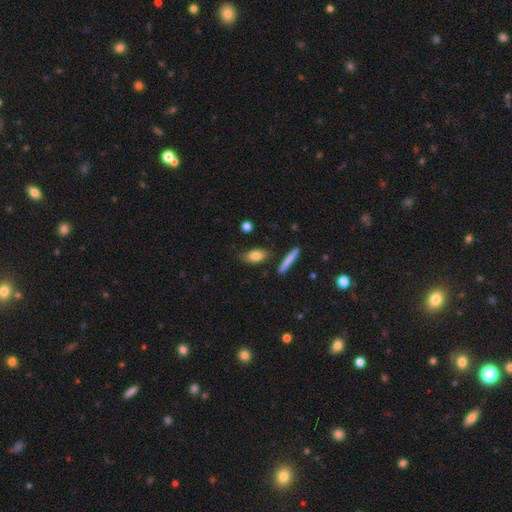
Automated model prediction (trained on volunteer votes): A smooth galaxy with no disk features (79%) that is in between round and cigar-shaped (73%).

Vote fractions:
- Smooth or featured? smooth: 79% / featured or disk: 14% / star or artifact: 7%
- How rounded? in between: 73% / cigar-shaped: 21% / round: 6%
- Merging? none: 75% / minor disturbance: 16% / merger: 5% / major disturbance: 4%